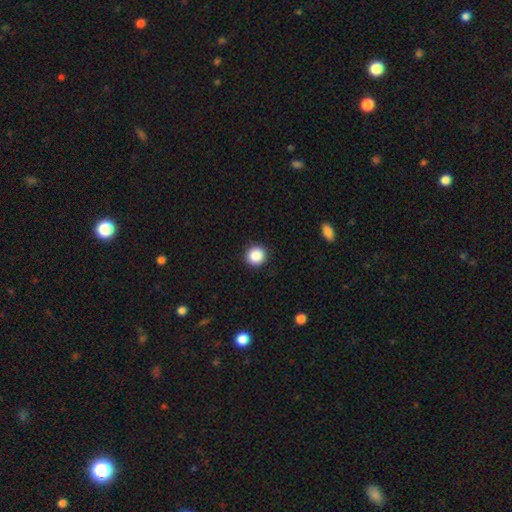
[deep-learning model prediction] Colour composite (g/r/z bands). It shows a smooth galaxy with no disk features (88%) that is round (94%). Merging: none (92%).